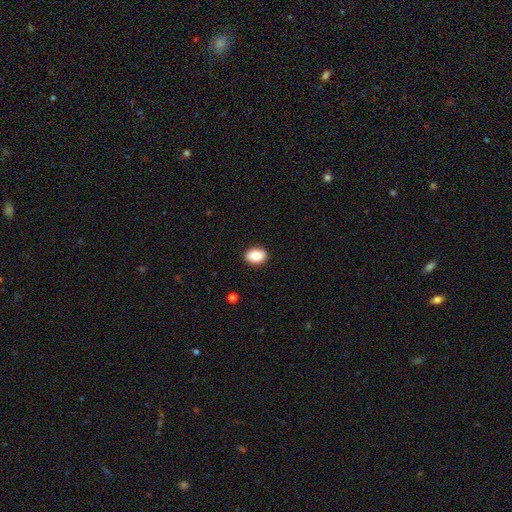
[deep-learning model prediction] Morphology: type=smooth (89%); roundness=in between (85%); merging=none (90%).